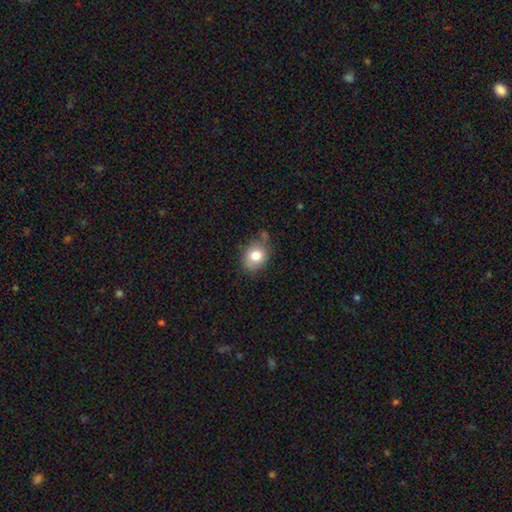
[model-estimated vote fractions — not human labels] smooth-or-featured: smooth: 80% | featured or disk: 11% | star or artifact: 9%
  how-rounded: in between: 50% | round: 49% | cigar-shaped: 1%
  merging: none: 66% | minor disturbance: 24% | major disturbance: 5% | merger: 5%